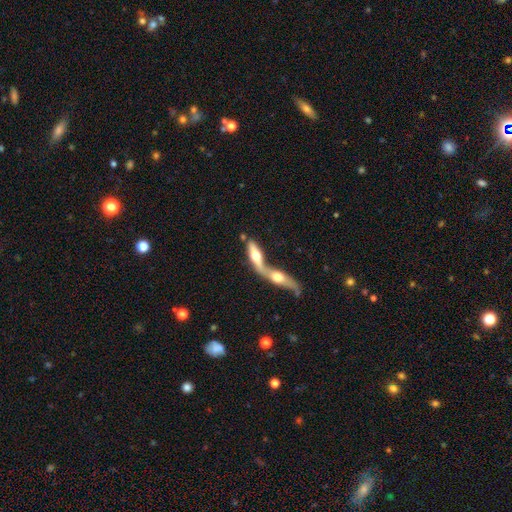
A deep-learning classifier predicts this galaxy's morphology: smooth-or-featured: featured or disk: 50% | smooth: 45% | star or artifact: 6%
  merging: merger: 71% | none: 19% | minor disturbance: 6% | major disturbance: 4%